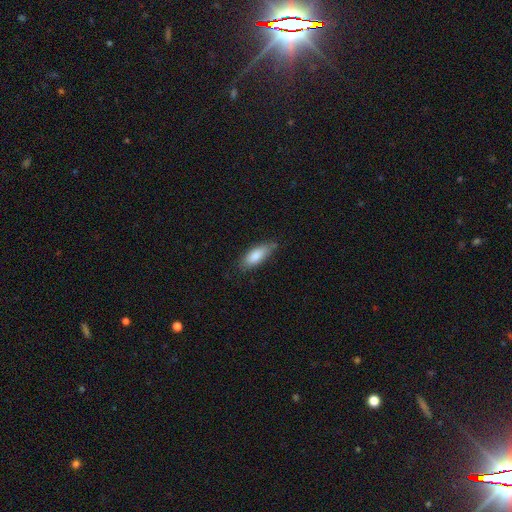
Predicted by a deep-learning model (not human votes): Morphology: type=smooth (83%); roundness=in between (72%); merging=none (70%).